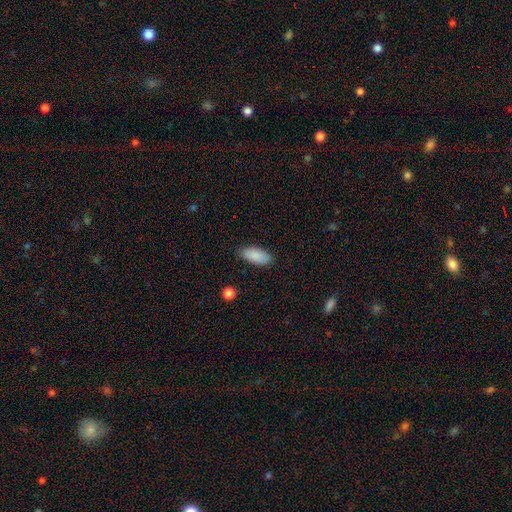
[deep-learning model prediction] Smooth or featured? Predicted: smooth (p=0.89). How rounded? Predicted: in between (p=0.88). Merging? Predicted: none (p=0.86).